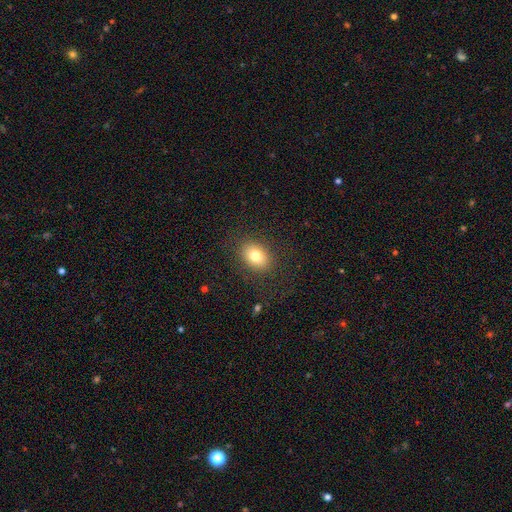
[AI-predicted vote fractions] This is likely a smooth galaxy (78%). How rounded: likely in between (71%). Merging: clearly none (85%).